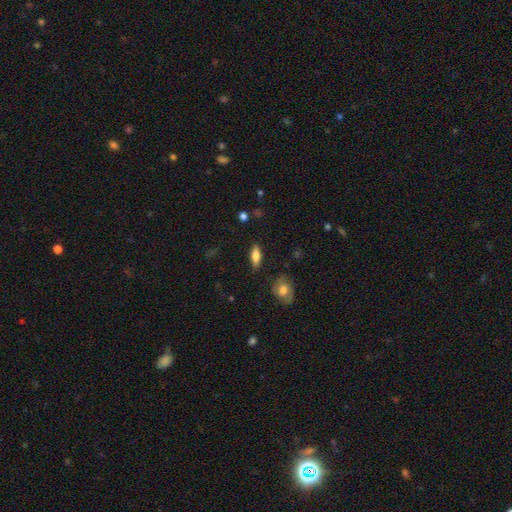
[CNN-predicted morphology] smooth 70%, featured or disk 22%, star or artifact 7%. Down the decision tree: how rounded — in between (68%); merging — none (84%).